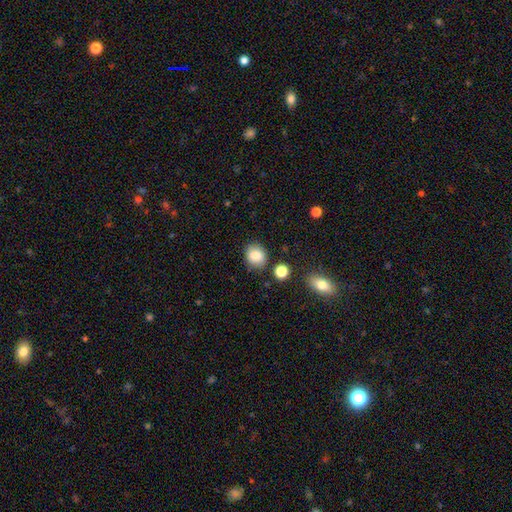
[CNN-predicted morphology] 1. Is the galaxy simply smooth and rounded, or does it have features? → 84% smooth, 10% star or artifact, 6% featured or disk.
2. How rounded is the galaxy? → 61% round, 38% in between, 1% cigar-shaped.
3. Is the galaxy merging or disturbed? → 80% none, 13% minor disturbance, 4% merger, 3% major disturbance.